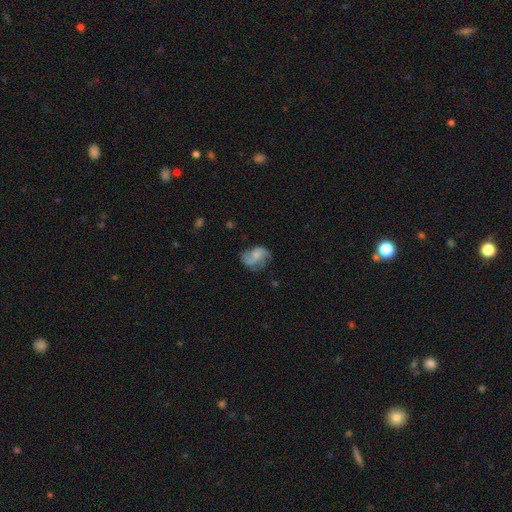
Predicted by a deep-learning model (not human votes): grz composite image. It shows a featured or disk galaxy (67%) with no bar (68%), 3 (42%) medium (45%) spiral arms (90%) and a small central bulge (37%). Merging: none (59%).